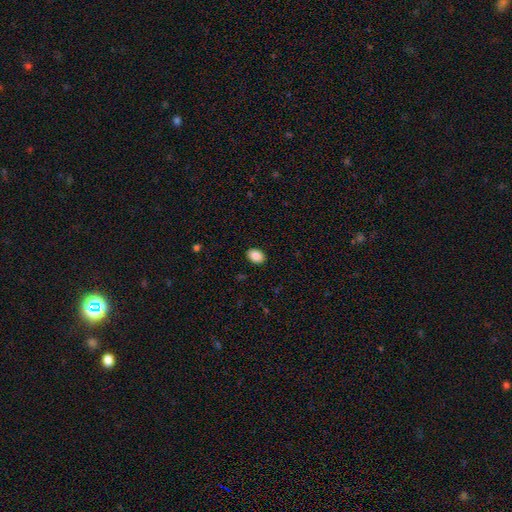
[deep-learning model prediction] A smooth galaxy with no disk features (86%) that is in between round and cigar-shaped (77%). Merging: none (91%).